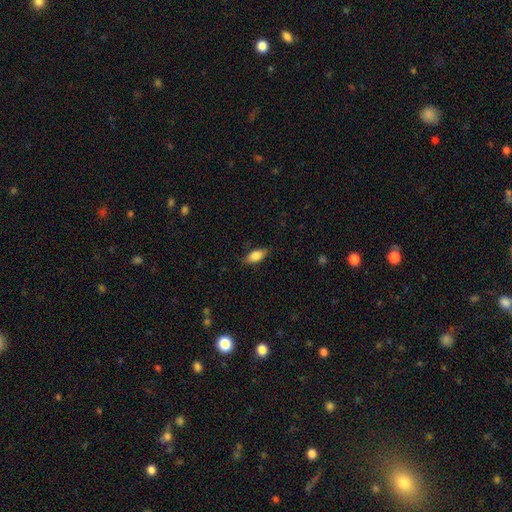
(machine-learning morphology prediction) Smooth or featured?
  - smooth: 79% *
  - featured or disk: 14%
  - star or artifact: 7%
How rounded?
  - in between: 84% *
  - cigar-shaped: 12%
  - round: 4%
Merging?
  - none: 79% *
  - minor disturbance: 17%
  - major disturbance: 3%
  - merger: 1%